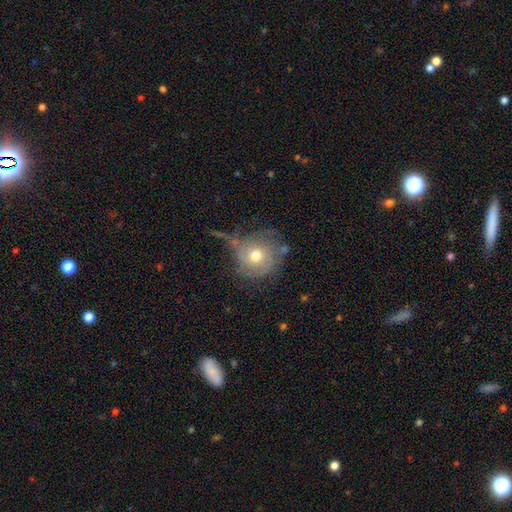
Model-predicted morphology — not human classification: smooth 45% (tied), featured or disk 45% (tied), star or artifact 10%. Down the decision tree: merging — none (53%).